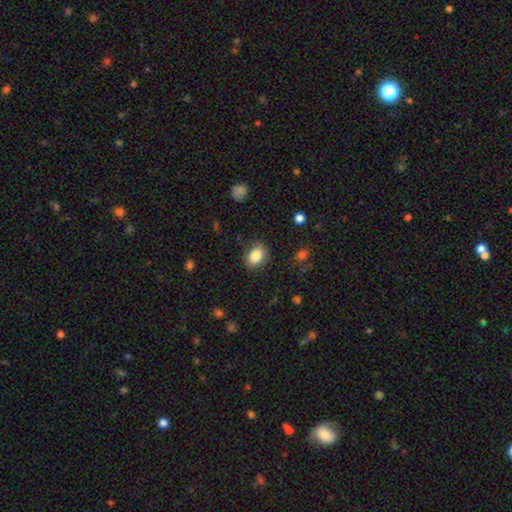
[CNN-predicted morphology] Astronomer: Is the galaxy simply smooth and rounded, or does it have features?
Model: smooth — 85%.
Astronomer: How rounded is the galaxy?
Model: in between — 79%.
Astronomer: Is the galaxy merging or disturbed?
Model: none — 83%.